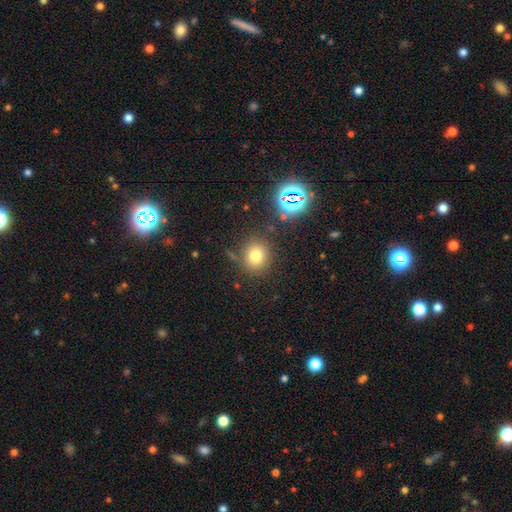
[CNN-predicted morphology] Overall: smooth (73%). How rounded: round (80%). Merging: none (80%).